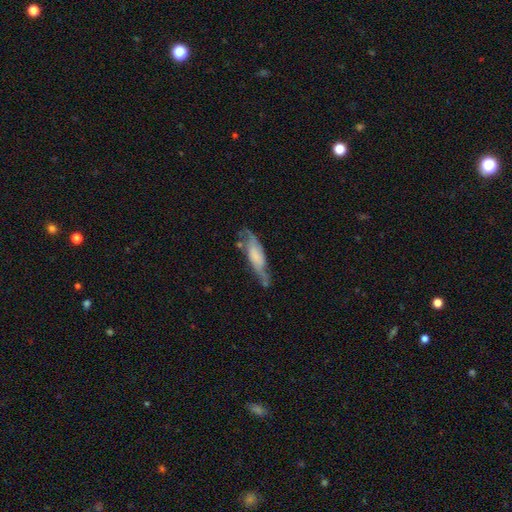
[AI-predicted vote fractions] featured or disk 60%, smooth 33%, star or artifact 7%. Down the decision tree: edge-on disk — no (67%); merging — none (51%).